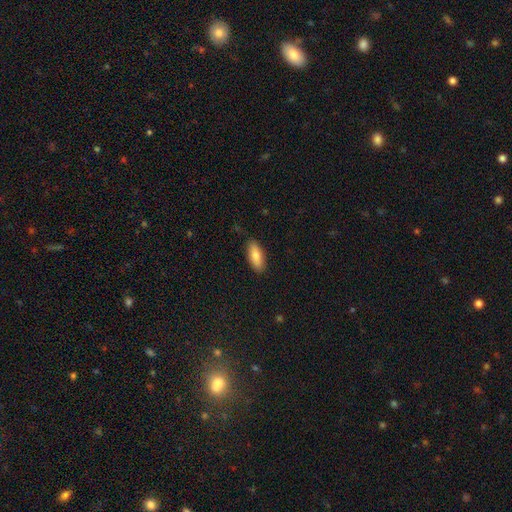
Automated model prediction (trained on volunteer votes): Smooth or featured: smooth — 83% (featured or disk — 11%)
How rounded: in between — 82% (cigar-shaped — 16%)
Merging: none — 85% (minor disturbance — 12%)